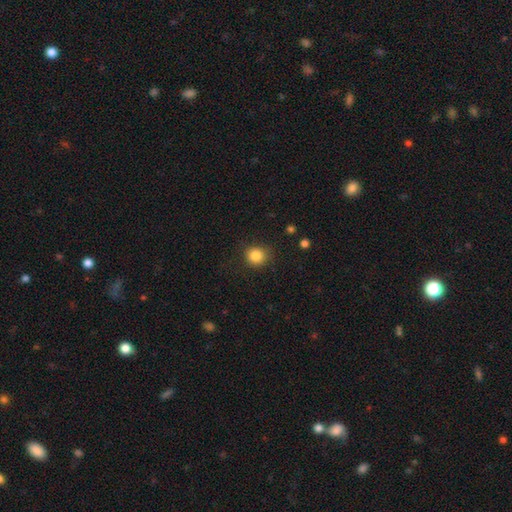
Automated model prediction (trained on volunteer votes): Overall: smooth (85%). How rounded: round (87%). Merging: none (85%).